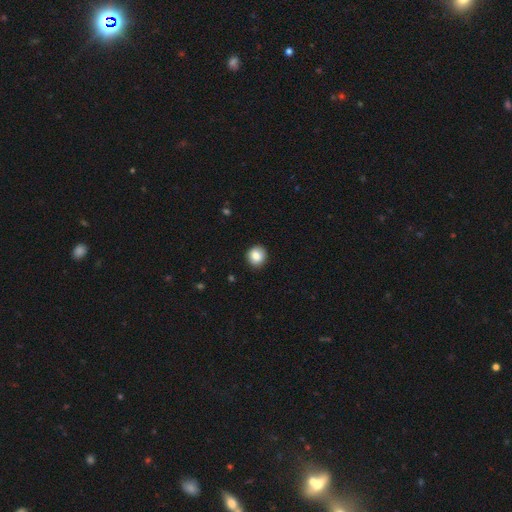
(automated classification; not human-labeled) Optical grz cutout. It shows a smooth galaxy with no disk features (85%) that is round (86%). Merging: none (91%).